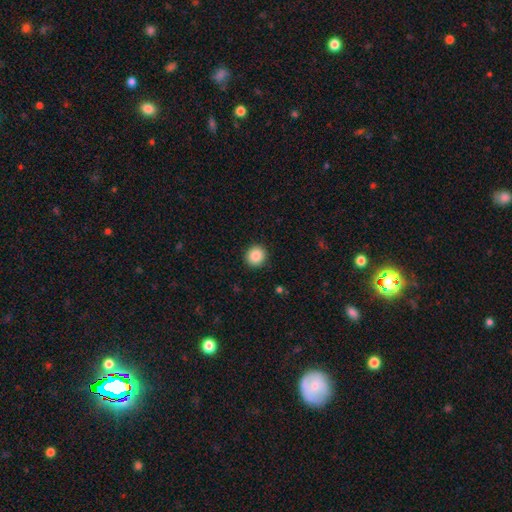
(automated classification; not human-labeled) smooth_or_featured: smooth (p=0.87) [alt: star or artifact p=0.09]
how_rounded: round (p=0.92) [alt: in between p=0.07]
merging: none (p=0.92) [alt: minor disturbance p=0.05]